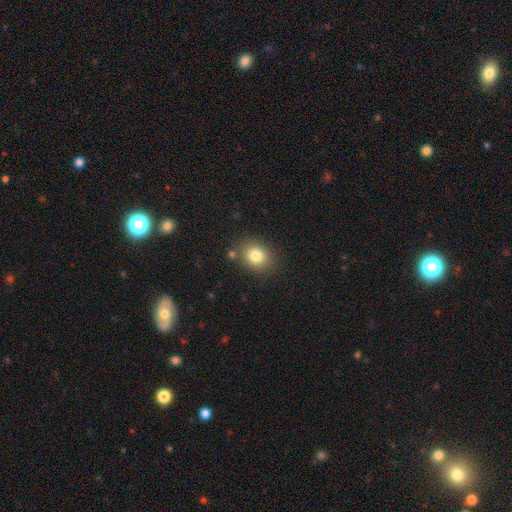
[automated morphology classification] A smooth galaxy with no disk features (81%) that is round (59%). Merging: none (81%).